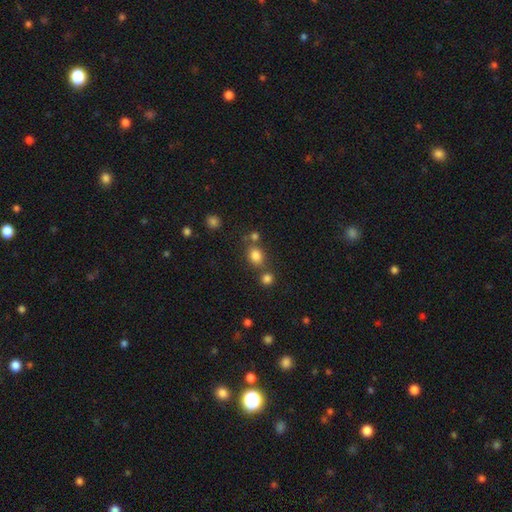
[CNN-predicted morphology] smooth-or-featured: smooth: 81% | star or artifact: 13% | featured or disk: 6%
  how-rounded: round: 56% | in between: 43% | cigar-shaped: 1%
  merging: none: 64% | merger: 20% | minor disturbance: 11% | major disturbance: 4%